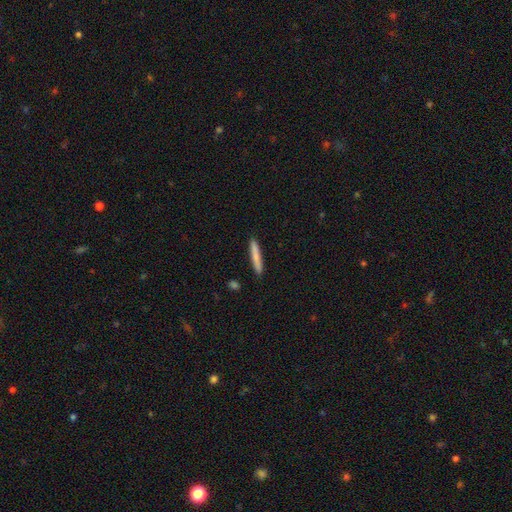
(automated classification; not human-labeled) Q: Smooth or featured?
A: smooth (77%); runner-up: featured or disk (17%)
Q: How rounded?
A: cigar-shaped (95%); runner-up: in between (4%)
Q: Merging?
A: none (91%); runner-up: minor disturbance (6%)